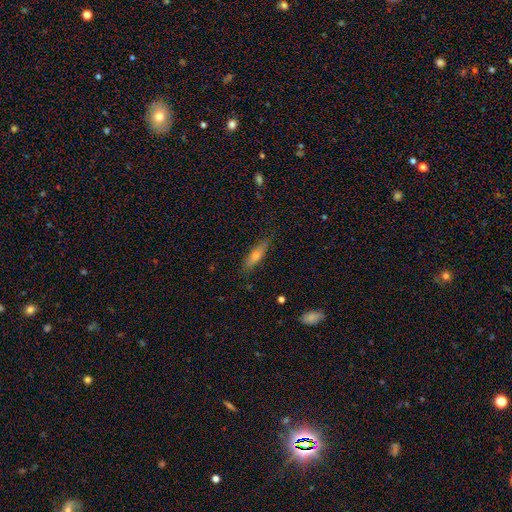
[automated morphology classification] This is possibly a smooth galaxy (50%). How rounded: likely cigar-shaped (69%). Merging: clearly none (83%).